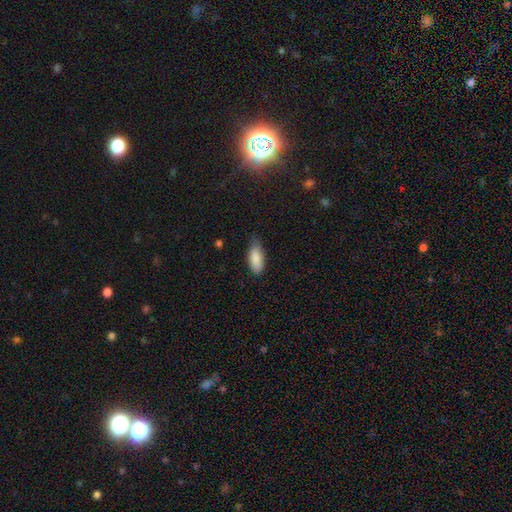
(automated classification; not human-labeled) The model was most divided on "merging": none: 64%, minor disturbance: 30%, major disturbance: 4%, merger: 1%. More confident: smooth or featured — smooth (87%); how rounded — in between (85%).